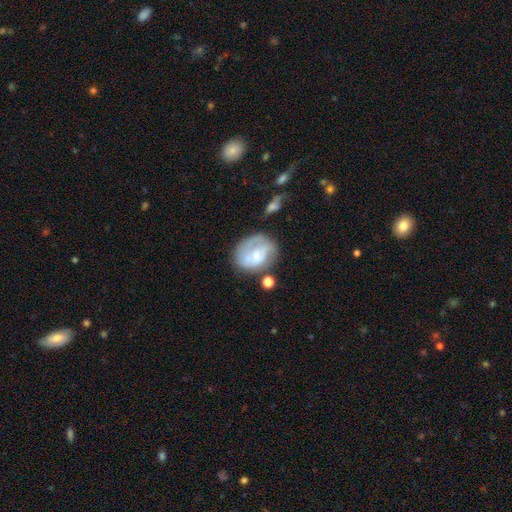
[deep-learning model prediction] This appears to be a featured or disk galaxy (58%) with no bar (60%), spiral arms (72%) and a small central bulge (59%). Merging: none (51%).